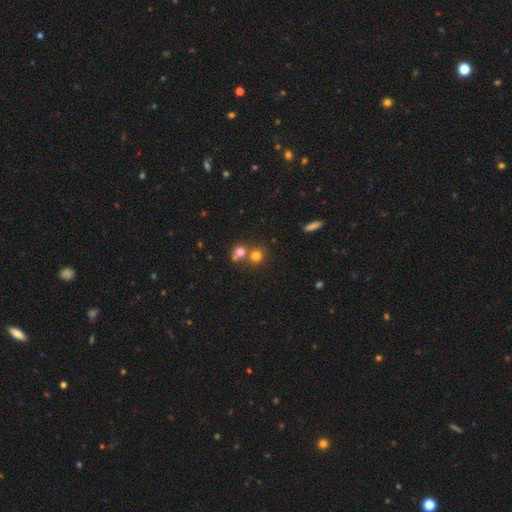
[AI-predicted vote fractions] The model was most divided on "merging": none: 52%, merger: 39%, minor disturbance: 7%, major disturbance: 3%. More confident: how rounded — round (86%); smooth or featured — smooth (74%).